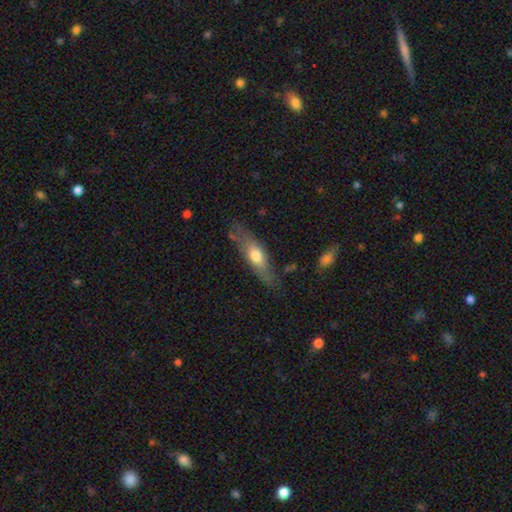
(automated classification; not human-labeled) smooth_or_featured: smooth (p=0.53) [alt: featured or disk p=0.41]
how_rounded: cigar-shaped (p=0.57) [alt: in between p=0.40]
merging: none (p=0.72) [alt: minor disturbance p=0.19]